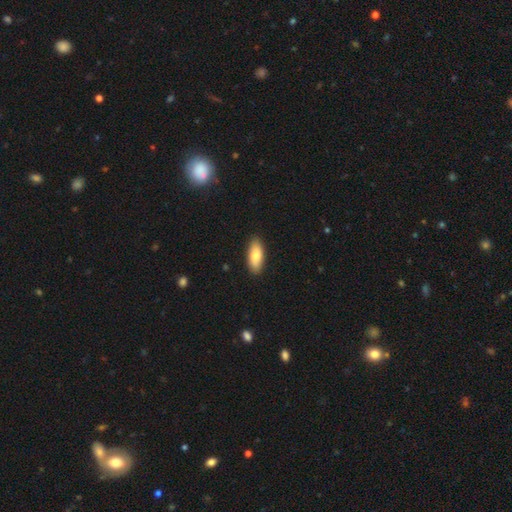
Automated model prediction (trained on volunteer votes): This is clearly a smooth galaxy (81%). How rounded: clearly in between (83%). Merging: clearly none (89%).